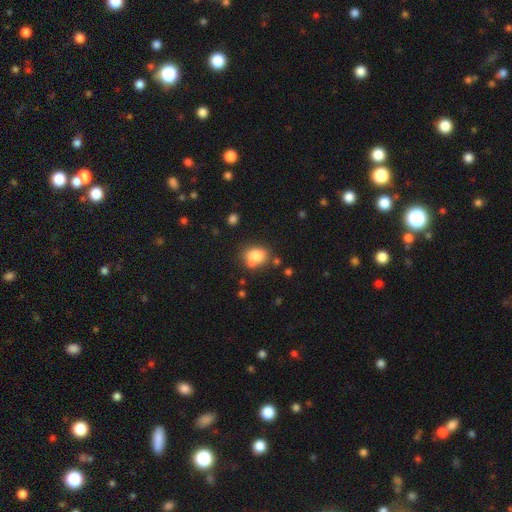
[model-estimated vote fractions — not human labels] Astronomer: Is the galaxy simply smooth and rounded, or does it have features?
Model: smooth — 81%.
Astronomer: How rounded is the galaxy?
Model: in between — 54% (runner-up: round, 45%).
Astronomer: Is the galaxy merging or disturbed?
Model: none — 58%.